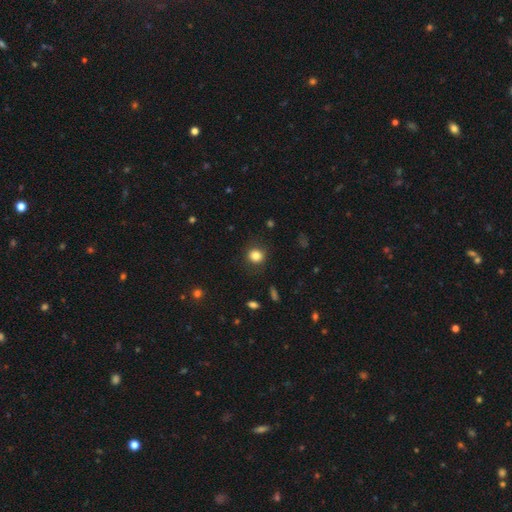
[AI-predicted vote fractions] Smooth or featured?
  - smooth: 83% *
  - star or artifact: 11%
  - featured or disk: 6%
How rounded?
  - round: 81% *
  - in between: 18%
  - cigar-shaped: 1%
Merging?
  - none: 85% *
  - minor disturbance: 10%
  - major disturbance: 4%
  - merger: 1%